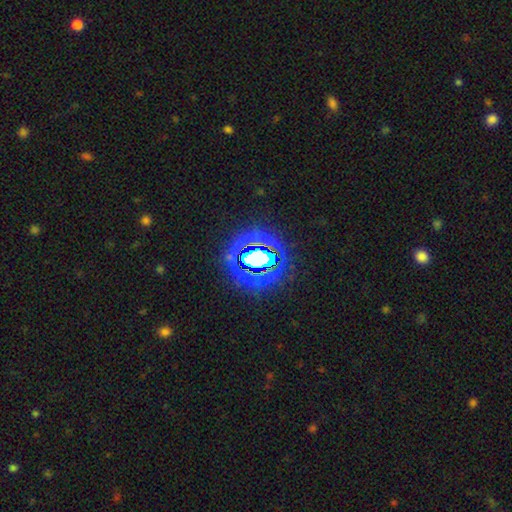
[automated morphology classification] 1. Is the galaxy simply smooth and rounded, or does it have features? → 66% star or artifact, 19% smooth, 15% featured or disk.